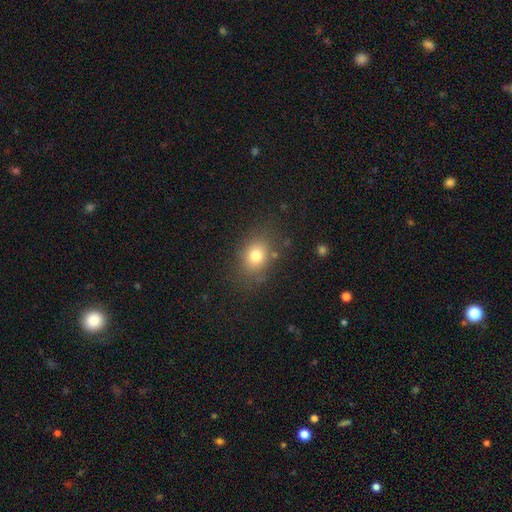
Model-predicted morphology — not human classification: Smooth or featured? smooth (77%)
How rounded? in between (53%)
Merging? none (78%)